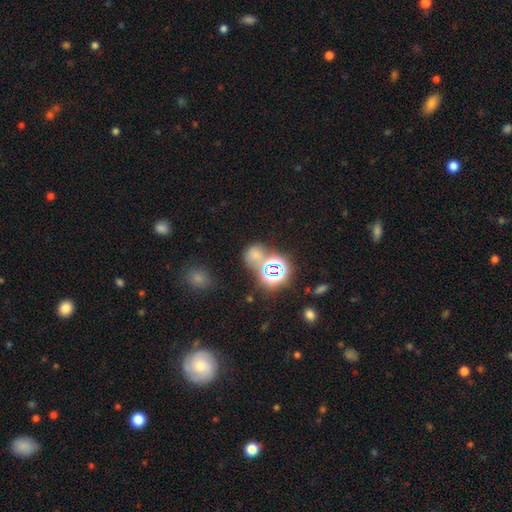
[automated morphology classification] Smooth or featured: smooth — 47% (star or artifact — 44%)
Merging: none — 49% (merger — 28%)